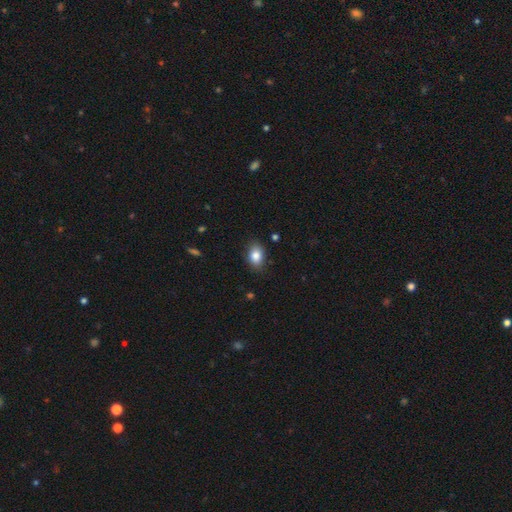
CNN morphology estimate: Q: Smooth or featured?
A: smooth (85%); runner-up: star or artifact (8%)
Q: How rounded?
A: in between (80%); runner-up: round (18%)
Q: Merging?
A: none (82%); runner-up: minor disturbance (14%)